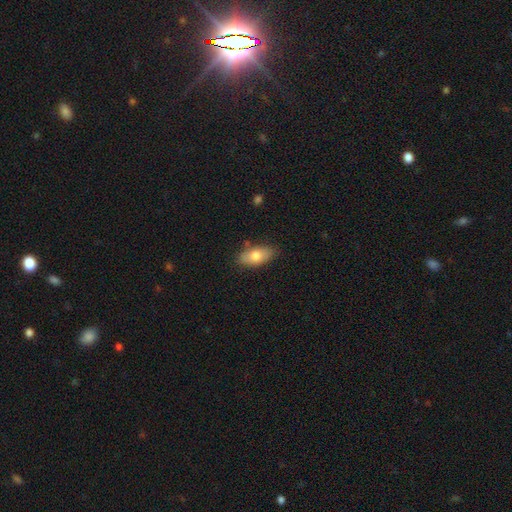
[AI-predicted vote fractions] smooth 77%, featured or disk 16%, star or artifact 6%. Down the decision tree: how rounded — in between (90%); merging — none (80%).